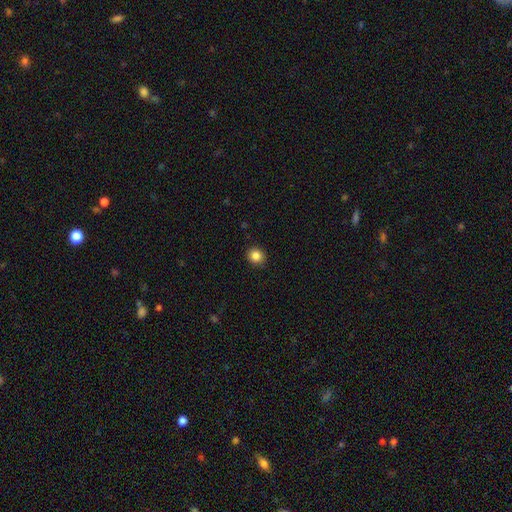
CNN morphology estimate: A smooth galaxy with no disk features (85%) that is round (83%).

Vote fractions:
- Smooth or featured? smooth: 85% / star or artifact: 10% / featured or disk: 5%
- How rounded? round: 83% / in between: 16% / cigar-shaped: 1%
- Merging? none: 91% / minor disturbance: 6% / major disturbance: 2% / merger: 1%